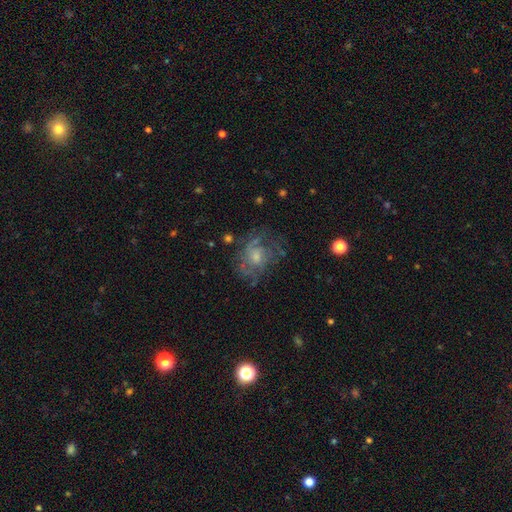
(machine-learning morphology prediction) Q: Smooth or featured?
A: featured or disk (61%); runner-up: smooth (25%)
Q: Edge-on disk?
A: no (97%); runner-up: yes (3%)
Q: Bar?
A: no (76%); runner-up: weak (21%)
Q: Spiral arms?
A: yes (65%); runner-up: no (35%)
Q: Bulge size?
A: moderate (46%); runner-up: small (40%)
Q: Merging?
A: none (59%); runner-up: minor disturbance (20%)